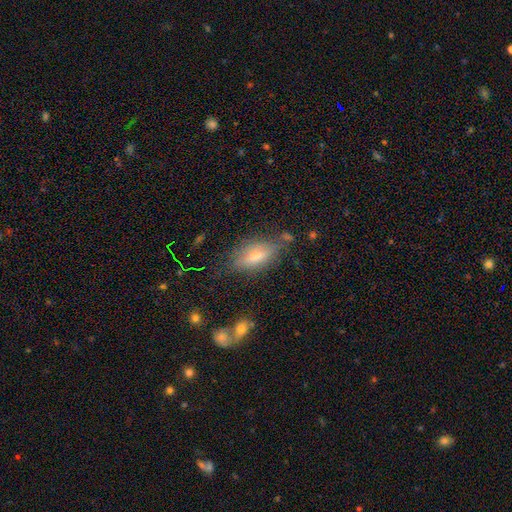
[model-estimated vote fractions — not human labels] Morphology: type=smooth (54%); roundness=in between (73%); merging=none (71%).